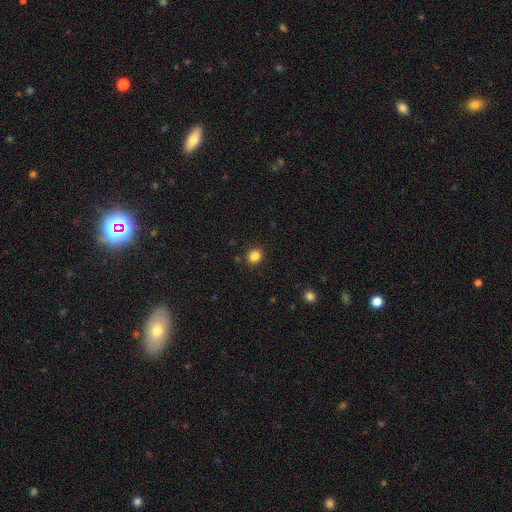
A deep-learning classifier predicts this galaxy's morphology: A smooth galaxy with no disk features (84%) that is round (85%). Merging: none (90%).